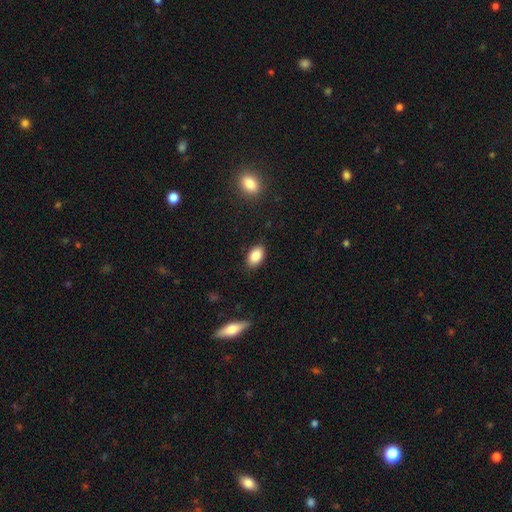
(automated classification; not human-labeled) Smooth or featured? Predicted: smooth (p=0.86). How rounded? Predicted: in between (p=0.91). Merging? Predicted: none (p=0.87).